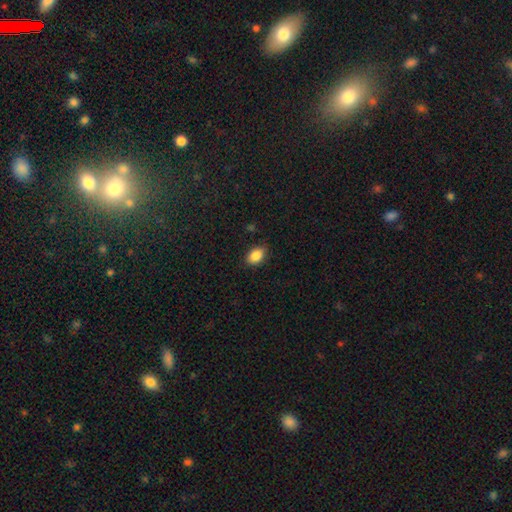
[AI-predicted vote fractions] smooth_or_featured: smooth (p=0.88) [alt: star or artifact p=0.08]
how_rounded: in between (p=0.83) [alt: round p=0.16]
merging: none (p=0.84) [alt: minor disturbance p=0.12]